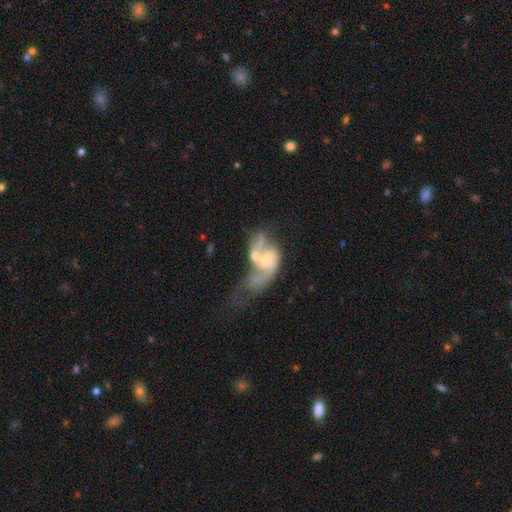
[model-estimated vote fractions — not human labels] A featured or disk galaxy (67%) with no bar (56%), spiral arms (67%) and a moderate central bulge (46%). Merging: merger (57%).